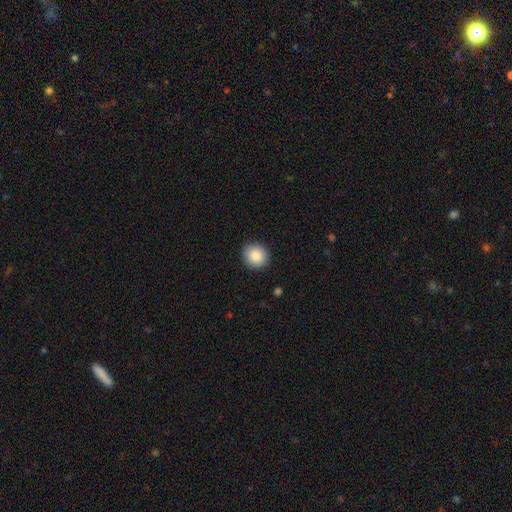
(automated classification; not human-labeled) smooth 87%, star or artifact 8%, featured or disk 5%. Down the decision tree: how rounded — round (88%); merging — none (91%).